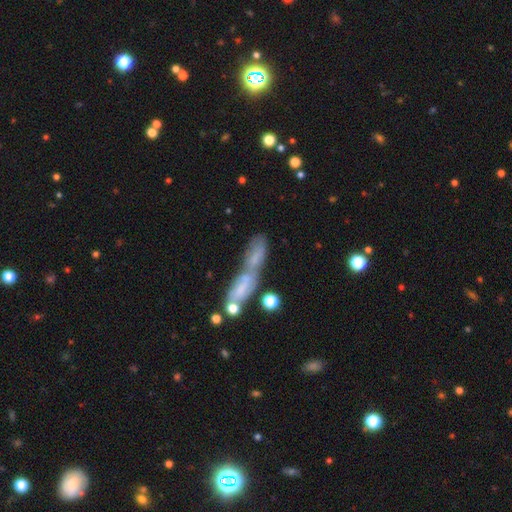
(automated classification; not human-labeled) Smooth or featured: smooth — 60% (featured or disk — 30%)
How rounded: in between — 49% (cigar-shaped — 46%)
Merging: merger — 59% (none — 20%)